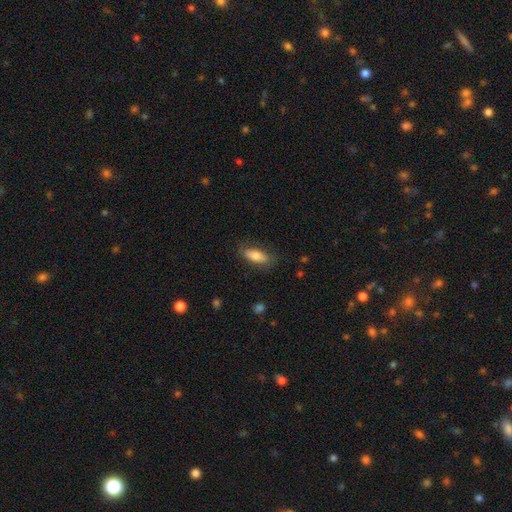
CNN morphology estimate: Smooth or featured? Predicted: smooth (p=0.76). How rounded? Predicted: in between (p=0.75). Merging? Predicted: none (p=0.75).